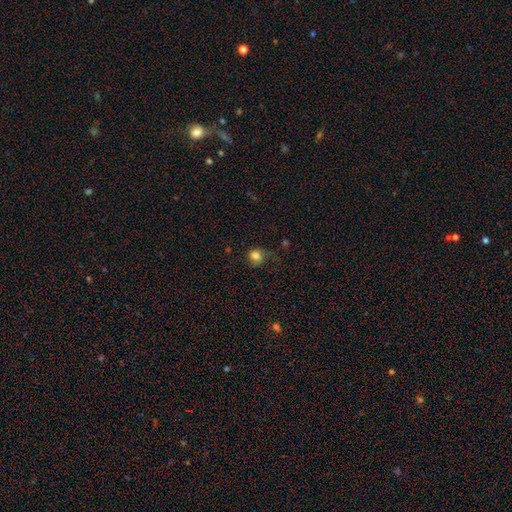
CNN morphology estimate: smooth 82%, star or artifact 11%, featured or disk 7%. Down the decision tree: how rounded — round (76%); merging — none (58%).